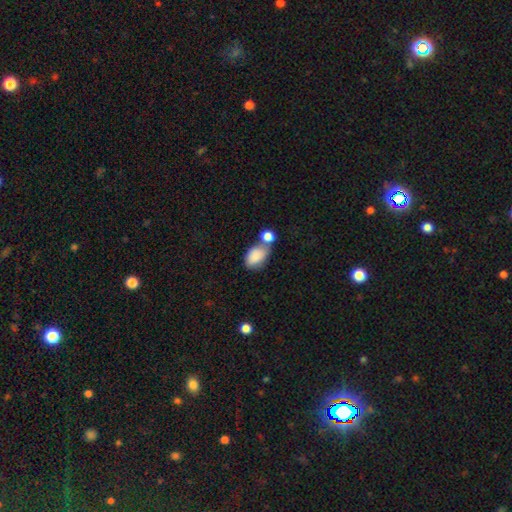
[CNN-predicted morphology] A smooth galaxy with no disk features (86%) that is in between round and cigar-shaped (88%). Merging: none (39%).